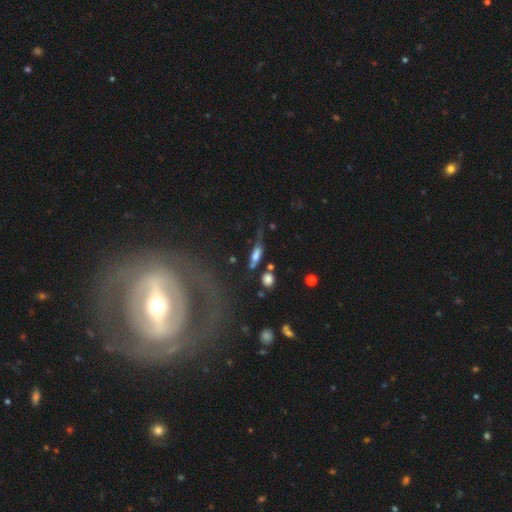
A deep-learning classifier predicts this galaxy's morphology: A smooth galaxy with no disk features (55%) that is in between round and cigar-shaped (48%).

Vote fractions:
- Smooth or featured? smooth: 55% / featured or disk: 32% / star or artifact: 12%
- How rounded? in between: 48% / cigar-shaped: 42% / round: 10%
- Merging? none: 45% / minor disturbance: 22% / major disturbance: 18% / merger: 15%